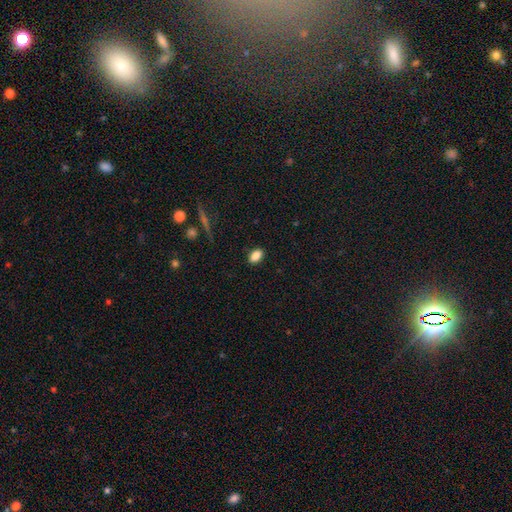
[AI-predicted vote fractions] Smooth or featured: smooth — 87% (star or artifact — 9%)
How rounded: in between — 88% (round — 9%)
Merging: none — 88% (minor disturbance — 9%)